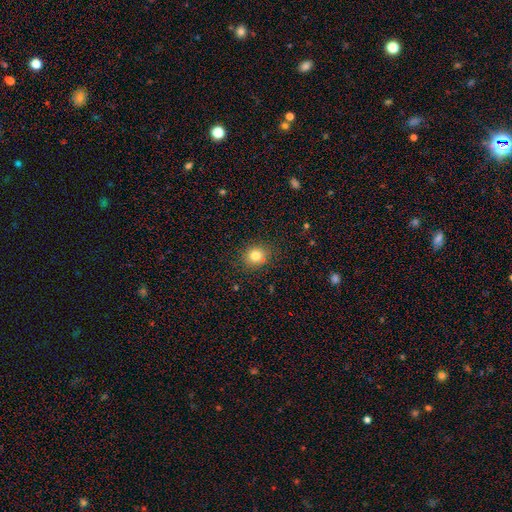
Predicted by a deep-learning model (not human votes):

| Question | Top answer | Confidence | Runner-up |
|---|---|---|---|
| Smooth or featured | smooth | 80% | star or artifact (13%) |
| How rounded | round | 78% | in between (21%) |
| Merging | none | 85% | minor disturbance (10%) |